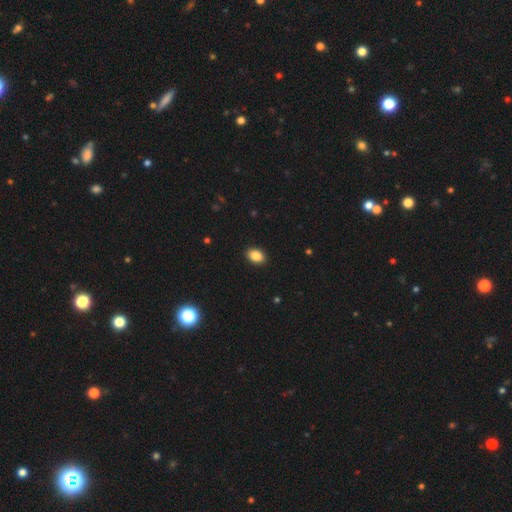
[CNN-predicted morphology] type=smooth (88%); roundness=in between (83%); merging=none (91%).